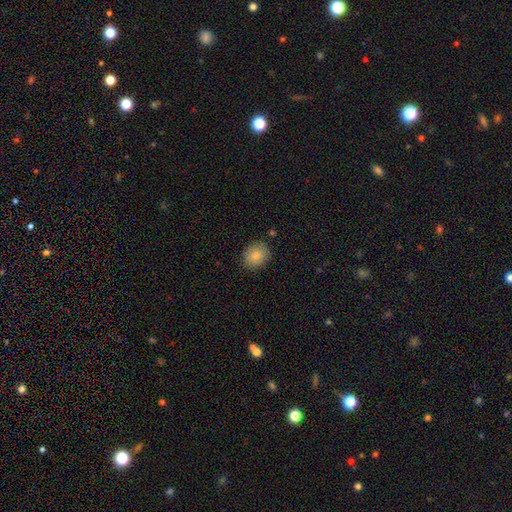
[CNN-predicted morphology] type=smooth (85%); roundness=round (61%); merging=none (86%).